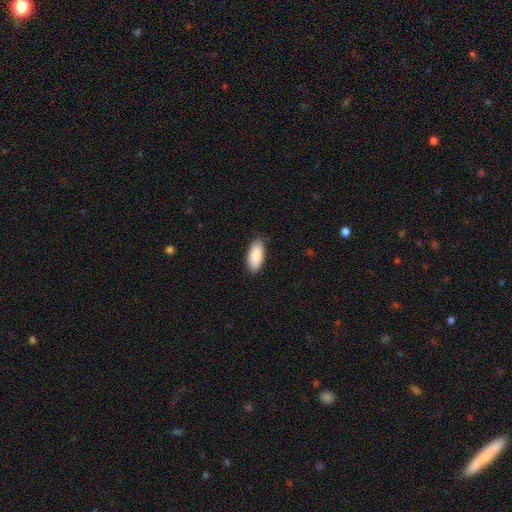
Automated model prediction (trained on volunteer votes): Overall: smooth (88%). How rounded: in between (89%). Merging: none (86%).